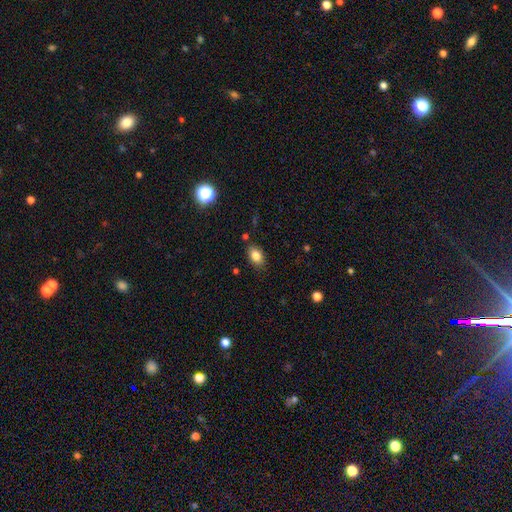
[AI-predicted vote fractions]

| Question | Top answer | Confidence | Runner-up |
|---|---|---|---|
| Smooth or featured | smooth | 83% | star or artifact (10%) |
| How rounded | in between | 83% | round (15%) |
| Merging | none | 83% | minor disturbance (12%) |